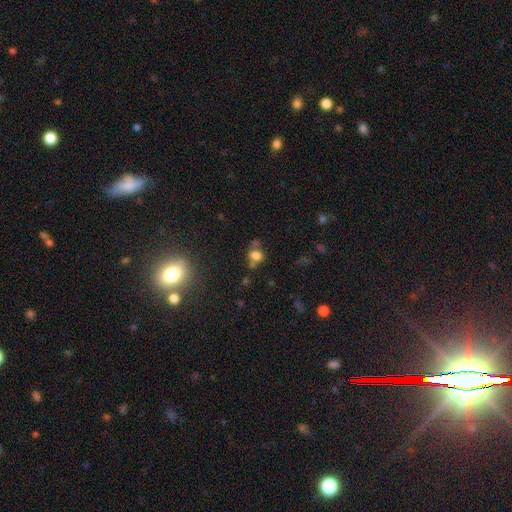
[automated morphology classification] This appears to be a smooth galaxy with no disk features (68%) that is round (54%). Merging: none (46%).